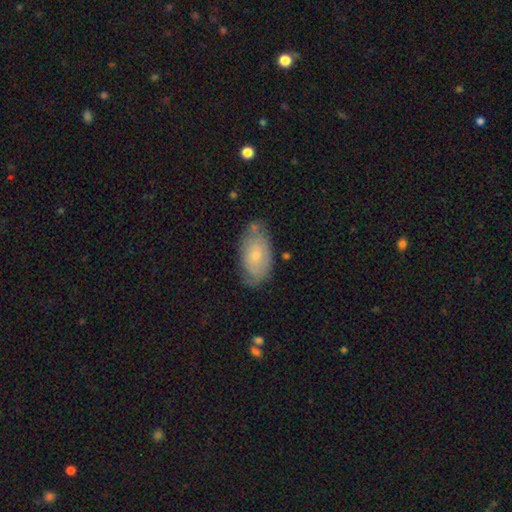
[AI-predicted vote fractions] Q: Smooth or featured?
A: smooth (59%); runner-up: featured or disk (34%)
Q: How rounded?
A: in between (93%); runner-up: round (4%)
Q: Merging?
A: none (65%); runner-up: minor disturbance (25%)